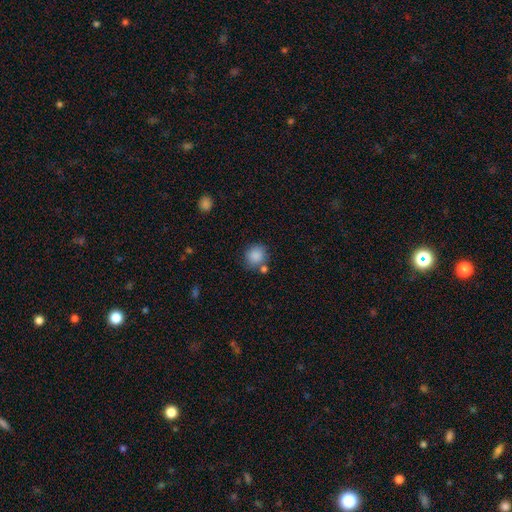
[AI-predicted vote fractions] Smooth or featured?
  - smooth: 87% *
  - star or artifact: 9%
  - featured or disk: 5%
How rounded?
  - round: 83% *
  - in between: 16%
  - cigar-shaped: 1%
Merging?
  - none: 69% *
  - minor disturbance: 15%
  - merger: 11%
  - major disturbance: 5%